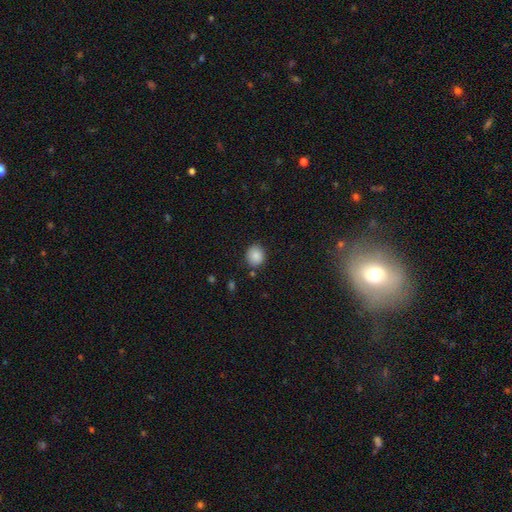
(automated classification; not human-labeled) The model was most divided on "how rounded": round: 75%, in between: 24%, cigar-shaped: 1%. More confident: smooth or featured — smooth (87%); merging — none (84%).